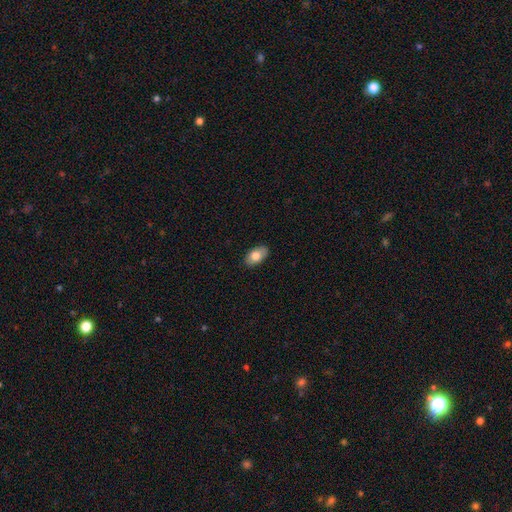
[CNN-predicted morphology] smooth_or_featured: smooth (p=0.80) [alt: featured or disk p=0.13]
how_rounded: in between (p=0.94) [alt: round p=0.05]
merging: none (p=0.88) [alt: minor disturbance p=0.09]